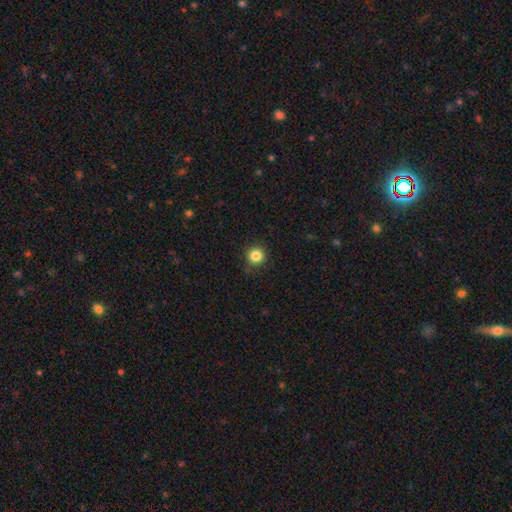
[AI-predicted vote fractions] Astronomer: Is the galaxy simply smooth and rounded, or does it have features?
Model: smooth — 84%.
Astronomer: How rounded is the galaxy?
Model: round — 94%.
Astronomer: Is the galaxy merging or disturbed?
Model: none — 88%.